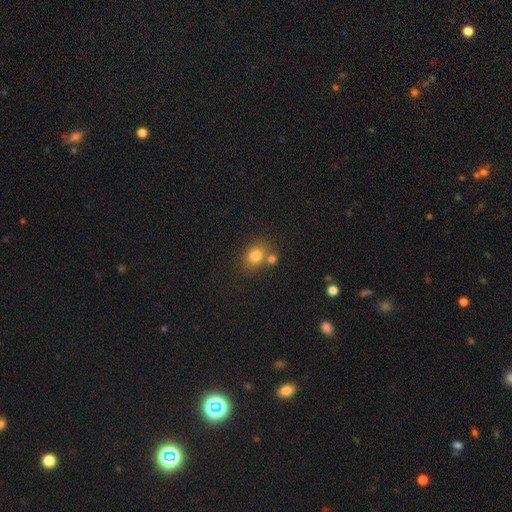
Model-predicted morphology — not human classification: A smooth galaxy with no disk features (79%) that is round (56%). Merging: none (58%).